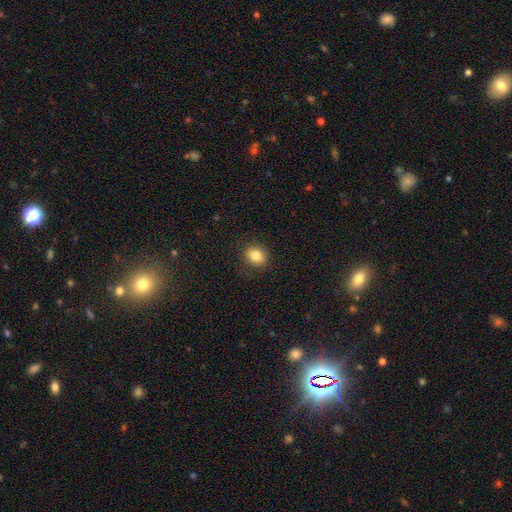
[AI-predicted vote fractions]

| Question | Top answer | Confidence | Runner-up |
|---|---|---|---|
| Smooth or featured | smooth | 84% | star or artifact (10%) |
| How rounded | round | 64% | in between (36%) |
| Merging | none | 85% | minor disturbance (10%) |